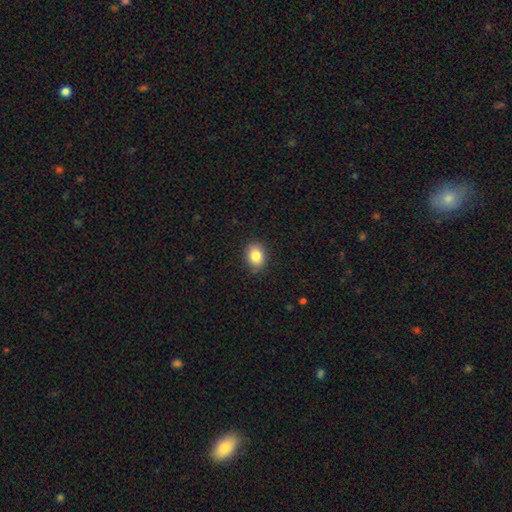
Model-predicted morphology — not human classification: type=smooth (84%); roundness=in between (62%); merging=none (87%).